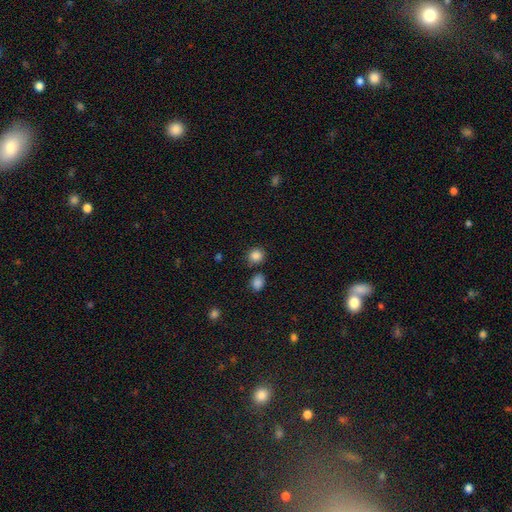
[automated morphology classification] A smooth galaxy with no disk features (85%) that is round (84%). Merging: none (76%).